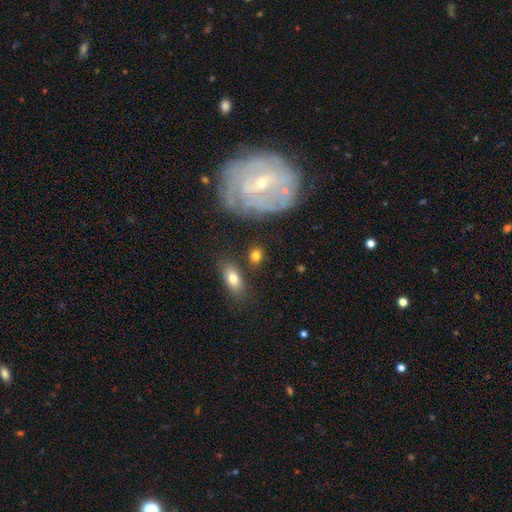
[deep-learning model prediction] This appears to be a smooth galaxy with no disk features (78%) that is in between round and cigar-shaped (63%). Merging: none (74%).